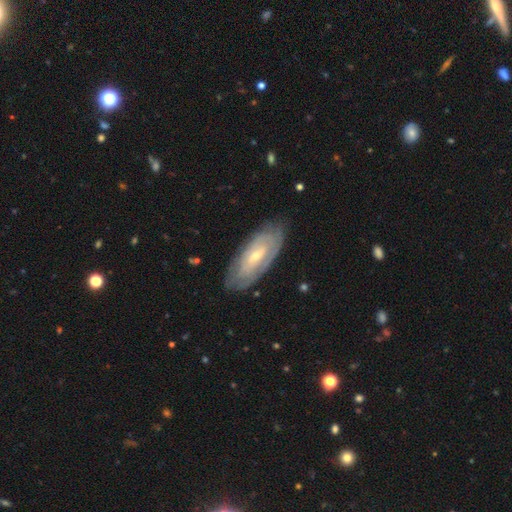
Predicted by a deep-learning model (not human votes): A featured or disk galaxy (70%) with no bar (48%), spiral arms (74%) and a small central bulge (60%). Merging: none (79%).